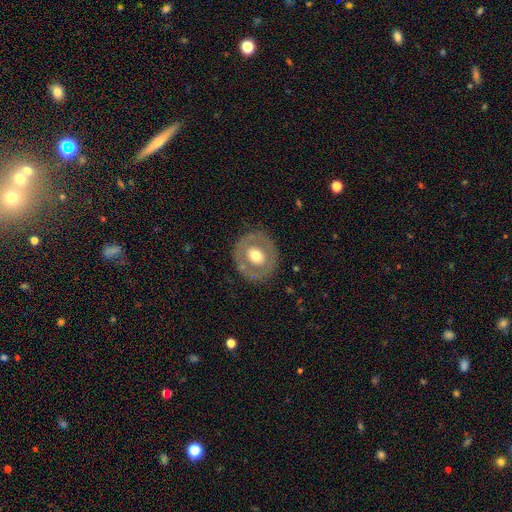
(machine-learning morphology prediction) Smooth or featured? featured or disk (47%)
Merging? none (83%)